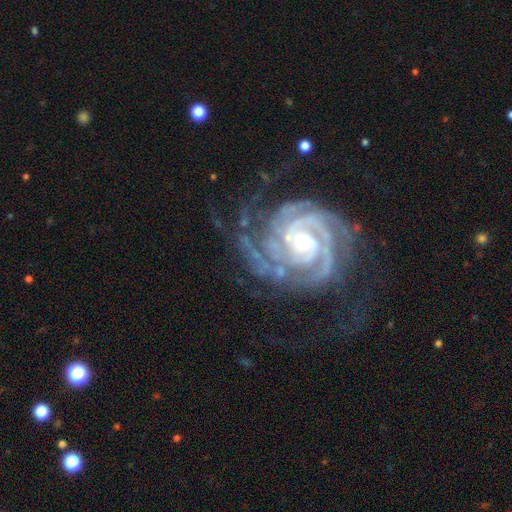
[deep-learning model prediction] featured or disk 93%, star or artifact 4%, smooth 2%. Down the decision tree: edge-on disk — no (98%); bar — no (59%); spiral arms — yes (99%); spiral arm count — 3 (28%); spiral winding — tight (80%); bulge size — small (55%); merging — none (65%).